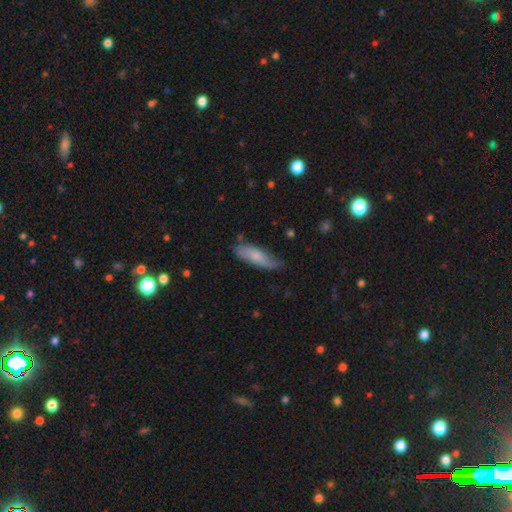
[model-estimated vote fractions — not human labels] smooth_or_featured: smooth (p=0.73) [alt: featured or disk p=0.22]
how_rounded: cigar-shaped (p=0.55) [alt: in between p=0.43]
merging: none (p=0.68) [alt: minor disturbance p=0.26]